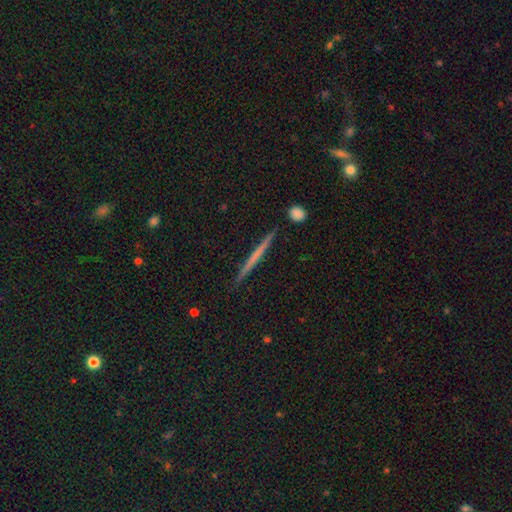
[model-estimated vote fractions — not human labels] Overall: featured or disk (49%; smooth 45%). Merging: none (91%).